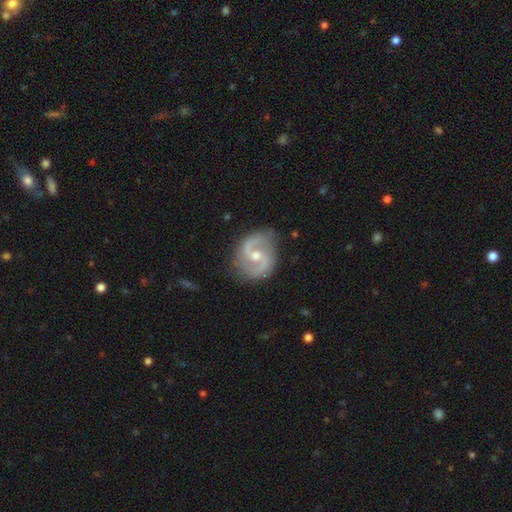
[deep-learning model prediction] The model was most divided on "bar": weak: 49%, no: 34%, strong: 17%. More confident: edge-on disk — no (98%); spiral arms — yes (97%); spiral arm count — 2 (93%); smooth or featured — featured or disk (89%); merging — none (82%); bulge size — moderate (60%); spiral winding — medium (56%).